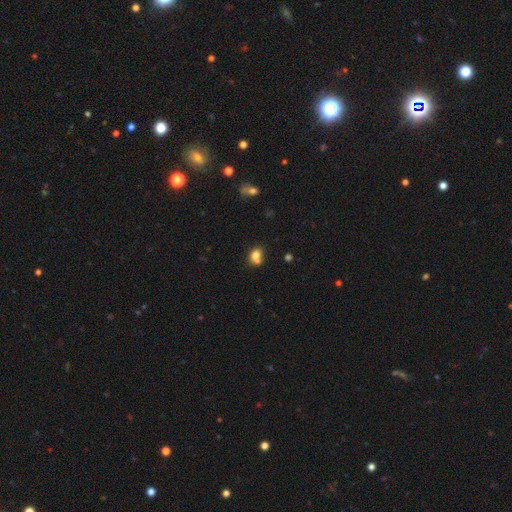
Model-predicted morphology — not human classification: smooth-or-featured: smooth: 78% | featured or disk: 11% | star or artifact: 11%
  how-rounded: round: 51% | in between: 48% | cigar-shaped: 1%
  merging: none: 44% | merger: 33% | minor disturbance: 17% | major disturbance: 6%